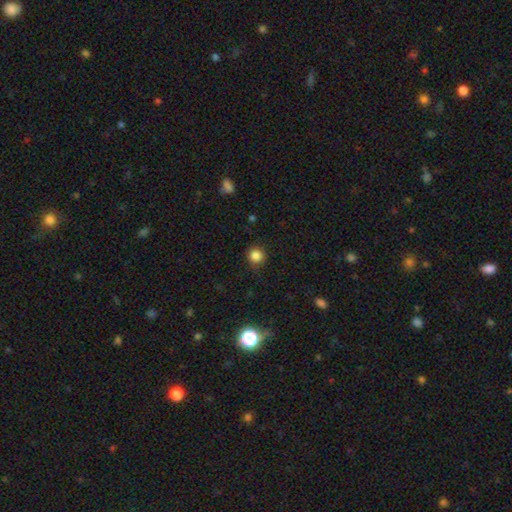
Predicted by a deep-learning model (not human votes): Smooth or featured? Predicted: smooth (p=0.84). How rounded? Predicted: round (p=0.92). Merging? Predicted: none (p=0.84).